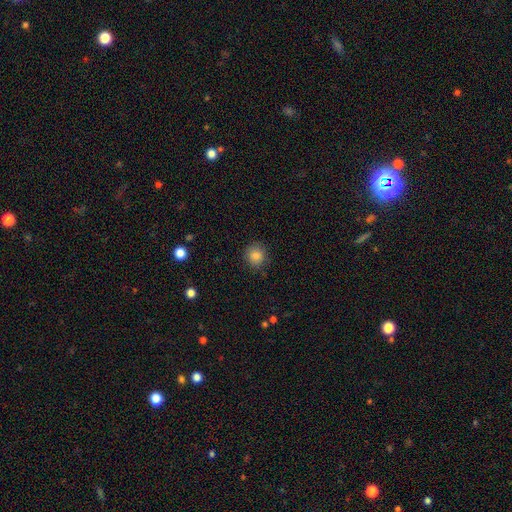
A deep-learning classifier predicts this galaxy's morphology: Overall: smooth (85%). How rounded: round (87%). Merging: none (87%).